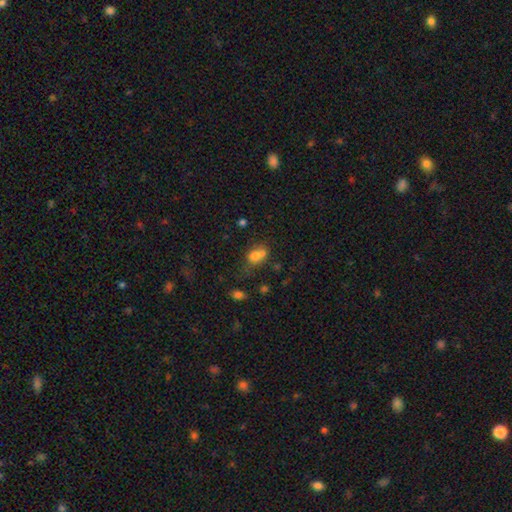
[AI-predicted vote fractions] Smooth or featured? smooth (70%)
How rounded? round (50%)
Merging? merger (50%)